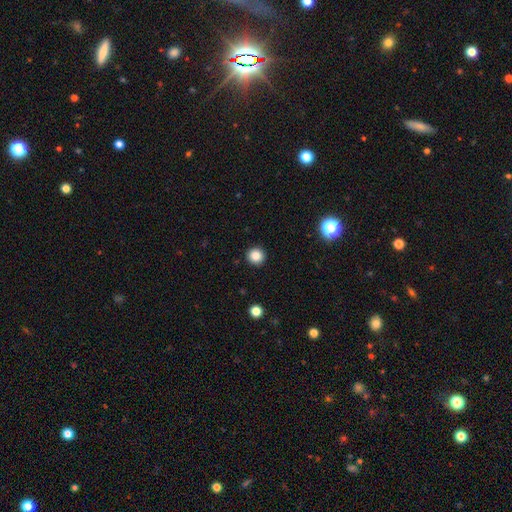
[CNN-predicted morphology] Smooth or featured? Predicted: smooth (p=0.85). How rounded? Predicted: round (p=0.95). Merging? Predicted: none (p=0.93).